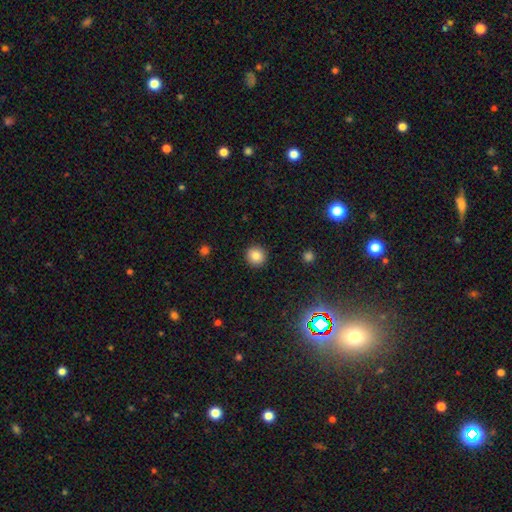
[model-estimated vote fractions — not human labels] Smooth or featured: smooth — 83% (star or artifact — 11%)
How rounded: round — 93% (in between — 6%)
Merging: none — 92% (minor disturbance — 5%)